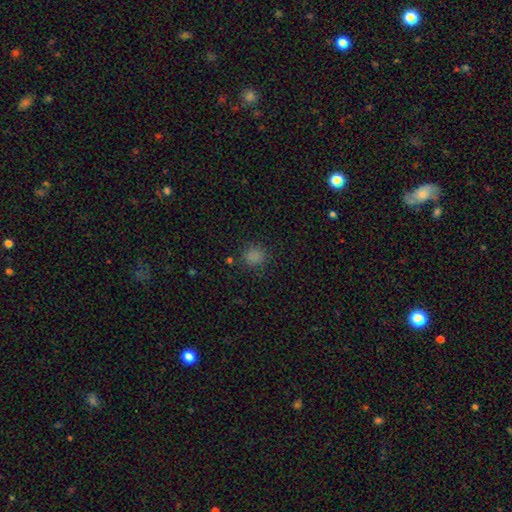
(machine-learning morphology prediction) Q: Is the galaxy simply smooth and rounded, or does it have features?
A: smooth — 76%.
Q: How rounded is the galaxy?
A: round — 84%.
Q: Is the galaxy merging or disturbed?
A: none — 85%.